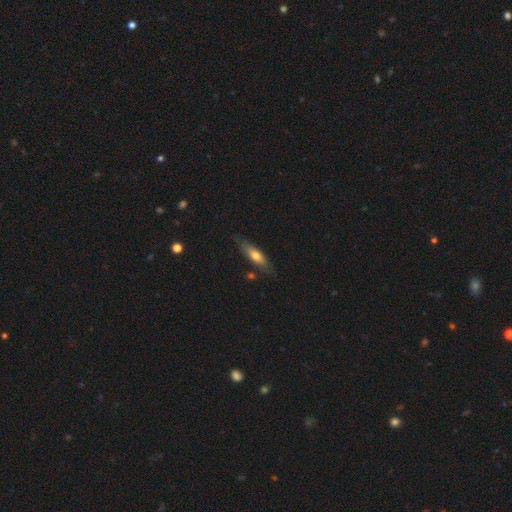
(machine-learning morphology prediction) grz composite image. It shows a smooth galaxy with no disk features (63%) that is cigar-shaped (55%). Merging: none (78%).